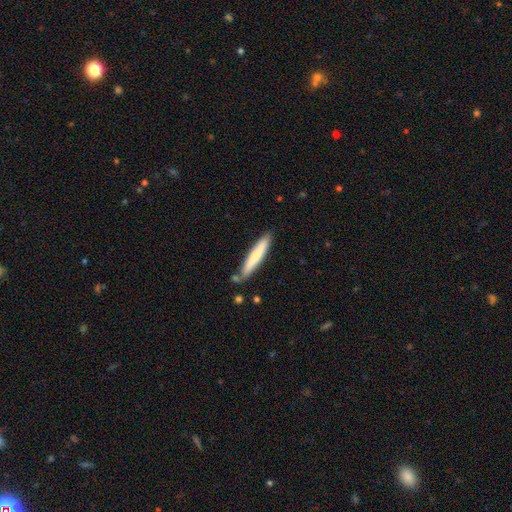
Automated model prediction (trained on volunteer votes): smooth_or_featured: smooth (p=0.72) [alt: featured or disk p=0.23]
how_rounded: cigar-shaped (p=0.93) [alt: in between p=0.06]
merging: none (p=0.80) [alt: minor disturbance p=0.13]